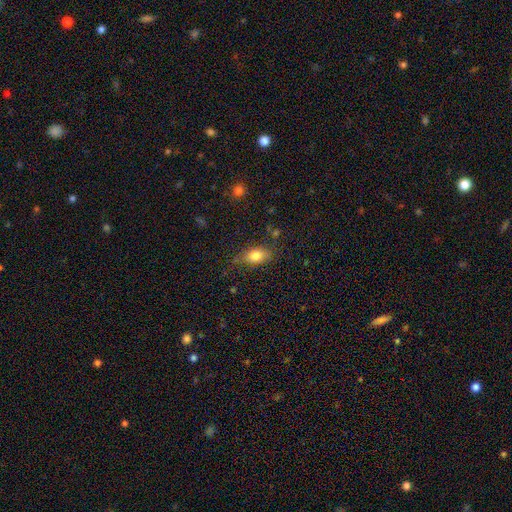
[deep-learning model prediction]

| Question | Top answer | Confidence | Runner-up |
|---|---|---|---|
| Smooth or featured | smooth | 80% | featured or disk (11%) |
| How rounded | in between | 85% | round (12%) |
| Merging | none | 74% | minor disturbance (19%) |